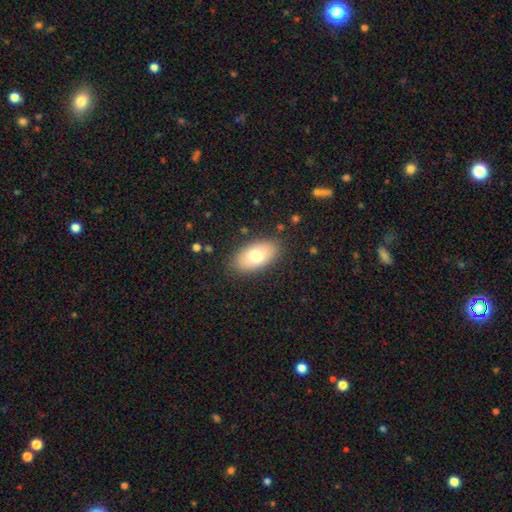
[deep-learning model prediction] Q: Smooth or featured?
A: smooth (74%); runner-up: featured or disk (19%)
Q: How rounded?
A: in between (92%); runner-up: round (5%)
Q: Merging?
A: none (85%); runner-up: minor disturbance (11%)